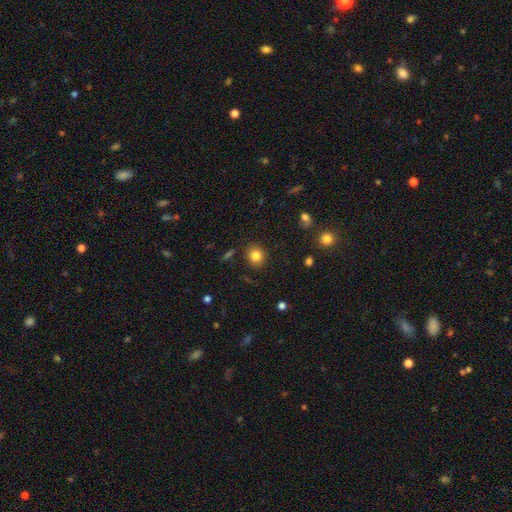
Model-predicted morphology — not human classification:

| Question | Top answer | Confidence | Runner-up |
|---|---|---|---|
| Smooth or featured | smooth | 83% | star or artifact (11%) |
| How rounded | round | 80% | in between (19%) |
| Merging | none | 88% | minor disturbance (8%) |